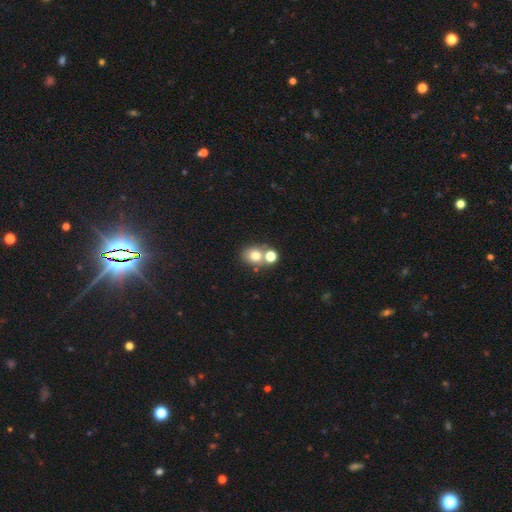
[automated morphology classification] This appears to be a smooth galaxy with no disk features (74%) that is round (70%). Merging: none (52%).